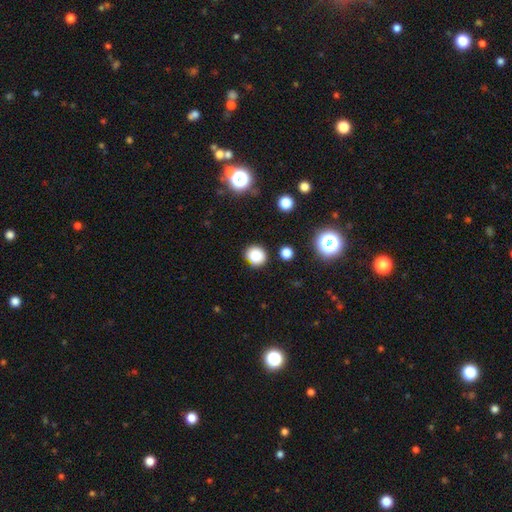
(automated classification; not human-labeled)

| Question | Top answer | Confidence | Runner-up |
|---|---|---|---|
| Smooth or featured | smooth | 84% | star or artifact (12%) |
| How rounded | round | 82% | in between (17%) |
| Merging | none | 81% | minor disturbance (12%) |